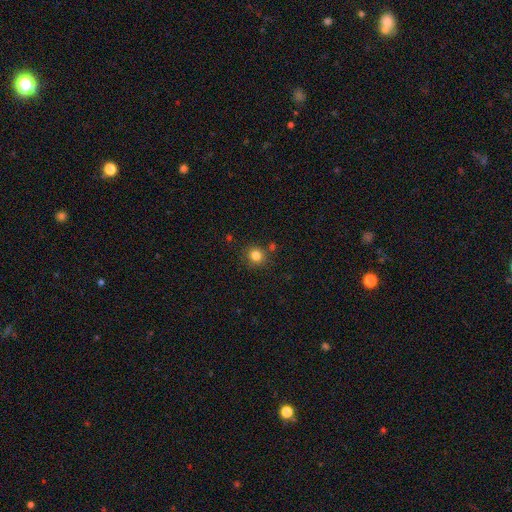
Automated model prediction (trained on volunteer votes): Smooth or featured: smooth — 82% (star or artifact — 13%)
How rounded: round — 89% (in between — 10%)
Merging: none — 82% (minor disturbance — 9%)